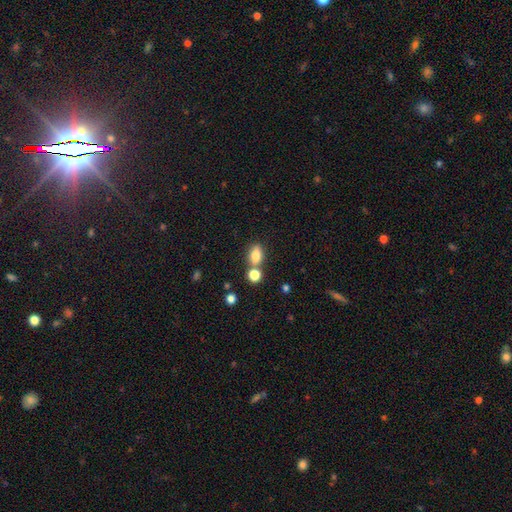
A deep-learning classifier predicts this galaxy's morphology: Smooth or featured: smooth — 82% (star or artifact — 11%)
How rounded: in between — 80% (round — 16%)
Merging: none — 60% (merger — 23%)